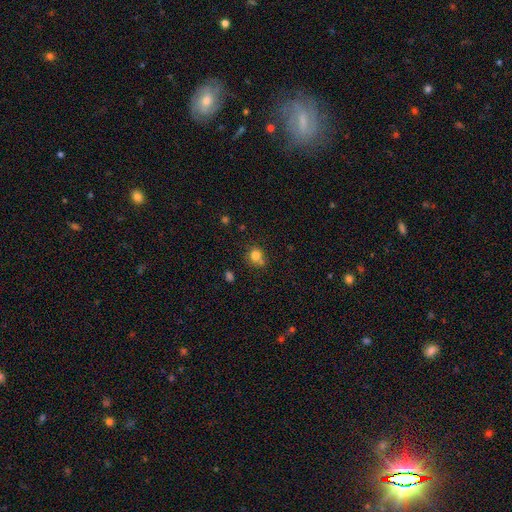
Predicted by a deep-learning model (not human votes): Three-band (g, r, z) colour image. It shows a smooth galaxy with no disk features (80%) that is round (81%). Merging: none (59%).